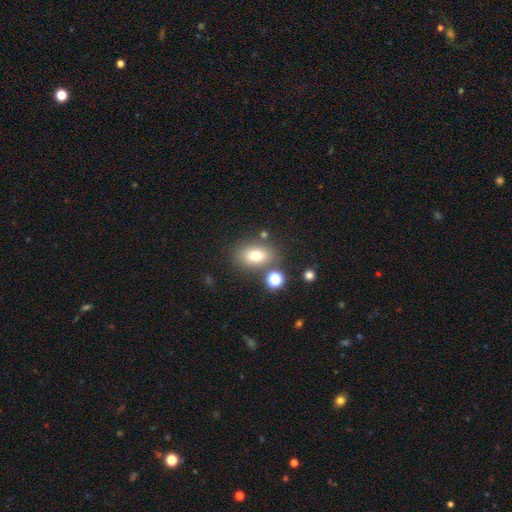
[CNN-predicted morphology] This appears to be a smooth galaxy with no disk features (75%) that is in between round and cigar-shaped (78%). Merging: none (75%).